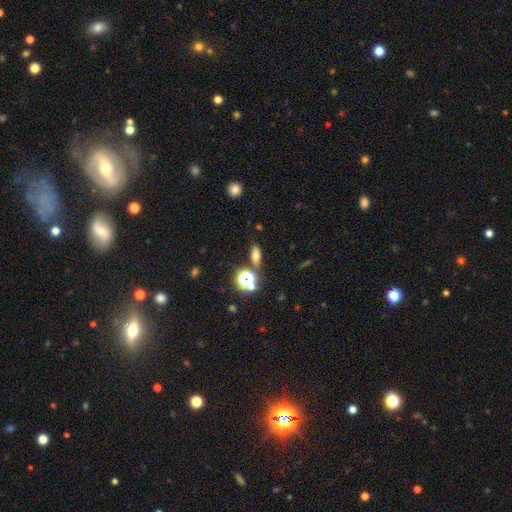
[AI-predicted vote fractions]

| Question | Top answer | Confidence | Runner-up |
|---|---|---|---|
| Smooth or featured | smooth | 61% | star or artifact (23%) |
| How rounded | in between | 63% | cigar-shaped (22%) |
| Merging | none | 80% | minor disturbance (10%) |